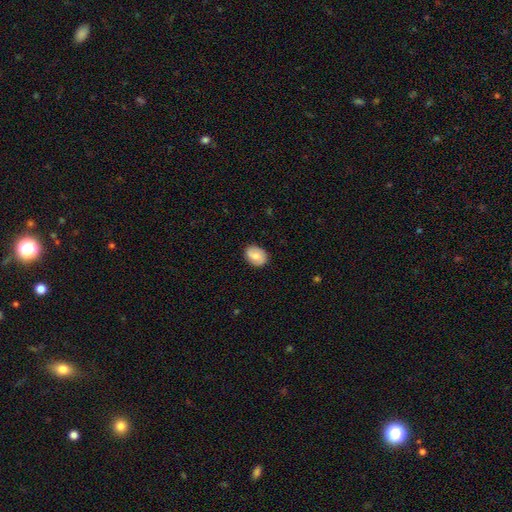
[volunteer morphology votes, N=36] Smooth or featured: smooth — 64% (featured or disk — 36%)
How rounded: in between — 91% (round — 9%)
Merging: none — 78% (minor disturbance — 22%)